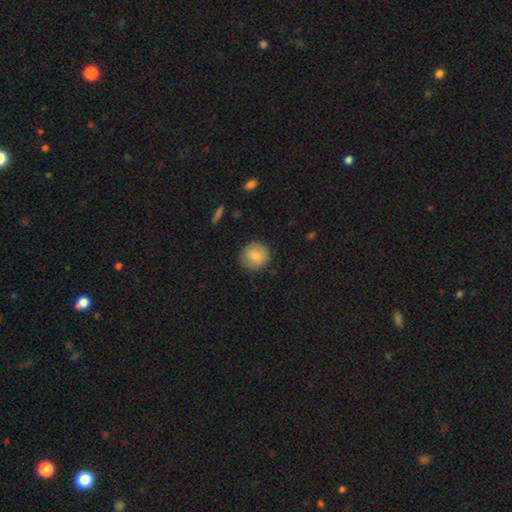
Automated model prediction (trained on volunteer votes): A smooth galaxy with no disk features (83%) that is round (92%).

Vote fractions:
- Smooth or featured? smooth: 83% / featured or disk: 9% / star or artifact: 8%
- How rounded? round: 92% / in between: 7% / cigar-shaped: 1%
- Merging? none: 86% / minor disturbance: 11% / major disturbance: 3% / merger: 1%